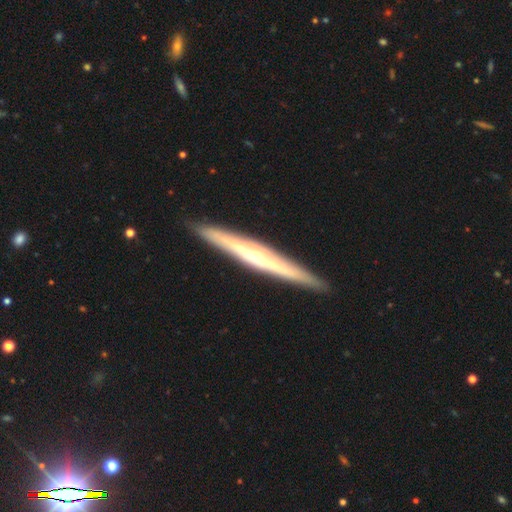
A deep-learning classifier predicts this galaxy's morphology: This appears to be a featured or disk galaxy (76%) viewed edge-on (95%) with a rounded central bulge (75%). Merging: none (91%).